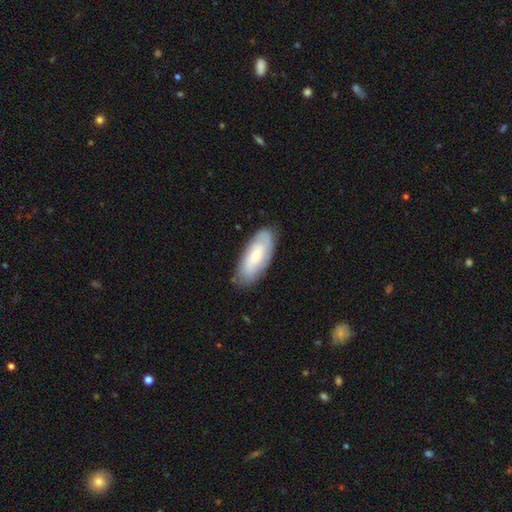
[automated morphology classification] Overall: smooth (51%; featured or disk 43%). How rounded: in between (79%). Merging: none (81%).